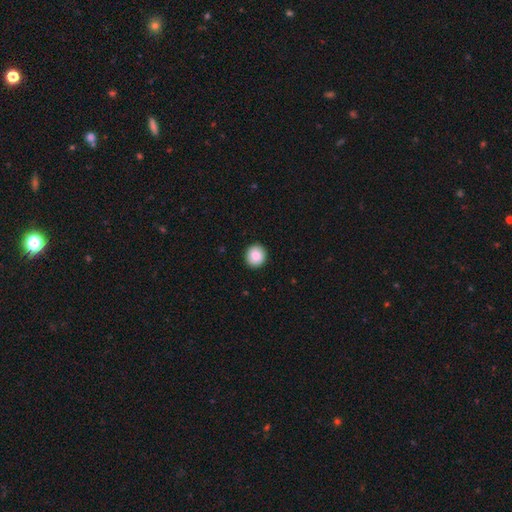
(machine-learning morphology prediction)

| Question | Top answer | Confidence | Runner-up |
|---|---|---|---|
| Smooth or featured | smooth | 88% | star or artifact (8%) |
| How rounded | round | 90% | in between (9%) |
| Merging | none | 92% | minor disturbance (5%) |